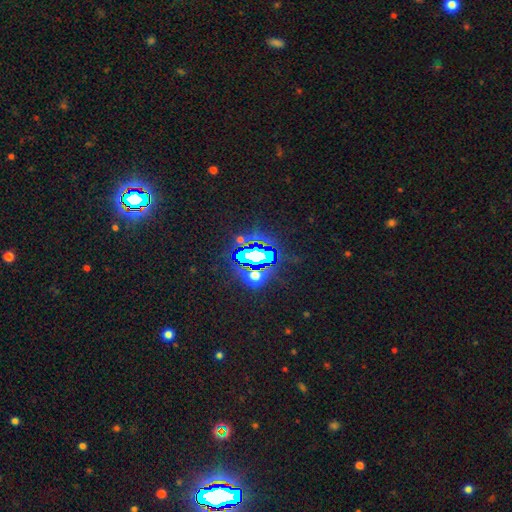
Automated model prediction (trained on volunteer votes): A star or artifact, not a galaxy (73%).

Vote fractions:
- Smooth or featured? star or artifact: 73% / smooth: 16% / featured or disk: 11%